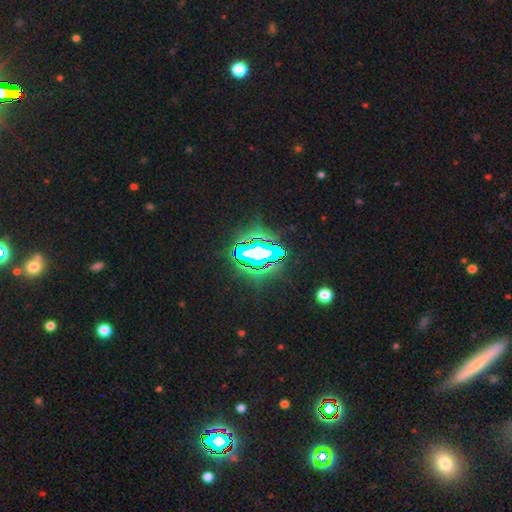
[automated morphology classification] Smooth or featured: star or artifact — 71% (featured or disk — 16%)